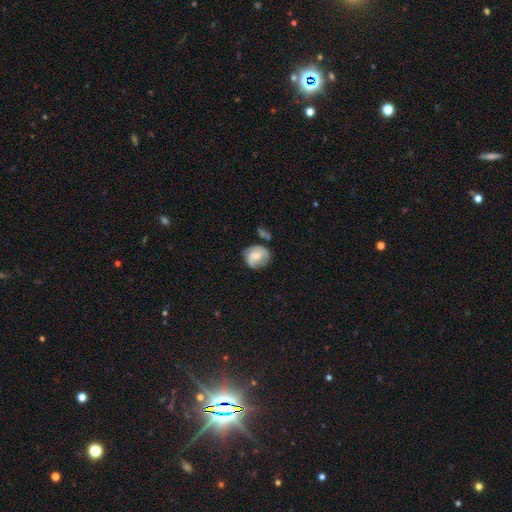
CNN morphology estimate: type=smooth (52%); roundness=round (71%); merging=none (56%).